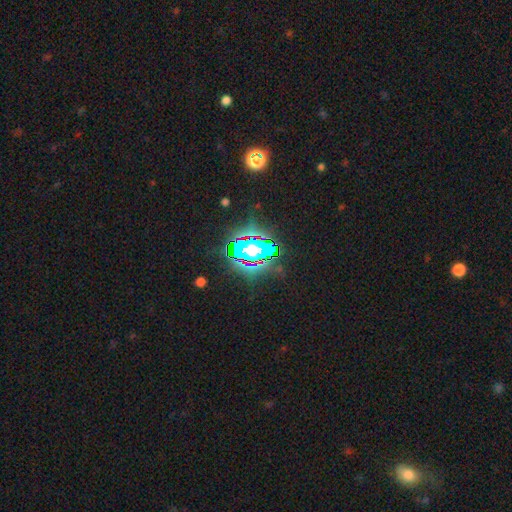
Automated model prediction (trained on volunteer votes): Smooth or featured? Predicted: star or artifact (p=0.80).